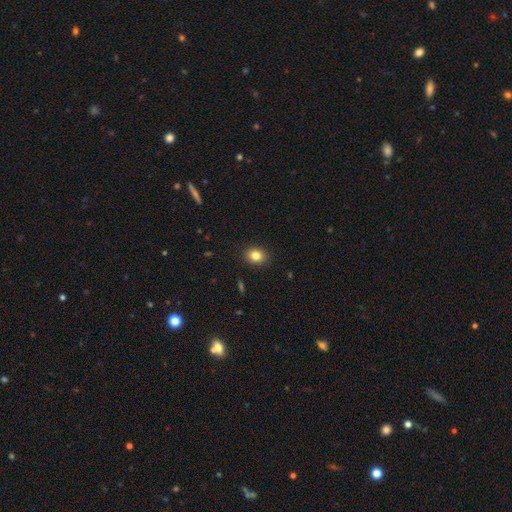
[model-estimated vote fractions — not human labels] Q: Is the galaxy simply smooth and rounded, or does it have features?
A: smooth — 83%.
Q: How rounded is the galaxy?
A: round — 56%.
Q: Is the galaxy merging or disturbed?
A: none — 91%.